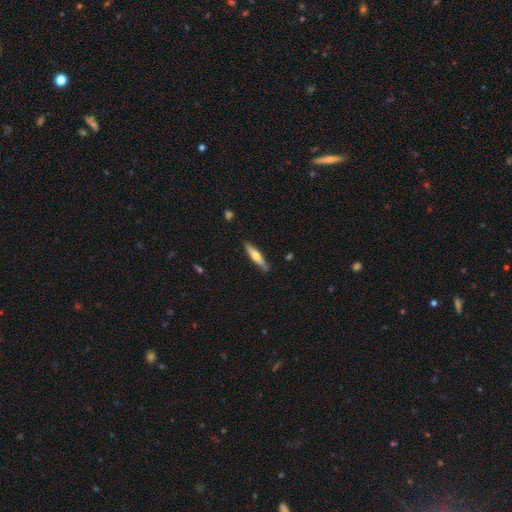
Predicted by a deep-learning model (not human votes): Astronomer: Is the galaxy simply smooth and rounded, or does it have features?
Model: smooth — 48% (runner-up: featured or disk, 46%).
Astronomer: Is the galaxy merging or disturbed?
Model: none — 86%.